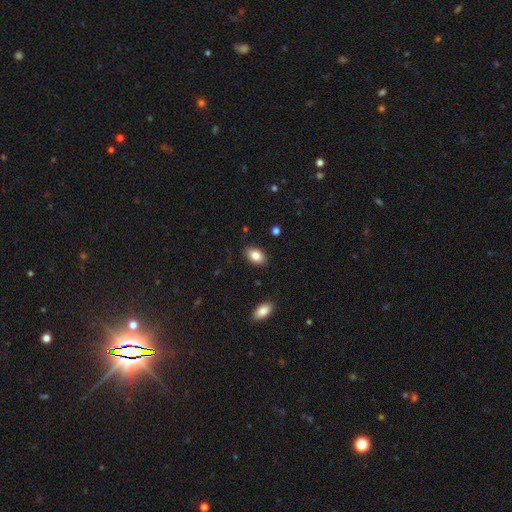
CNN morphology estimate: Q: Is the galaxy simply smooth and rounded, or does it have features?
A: smooth — 85%.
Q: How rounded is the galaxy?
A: in between — 91%.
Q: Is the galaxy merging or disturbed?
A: none — 87%.